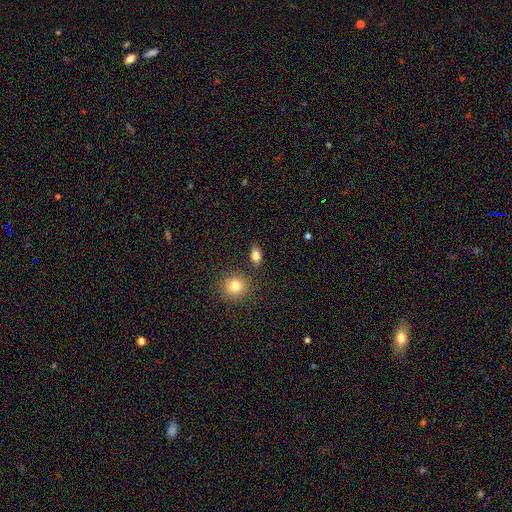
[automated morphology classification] type=smooth (80%); roundness=in between (80%); merging=none (84%).